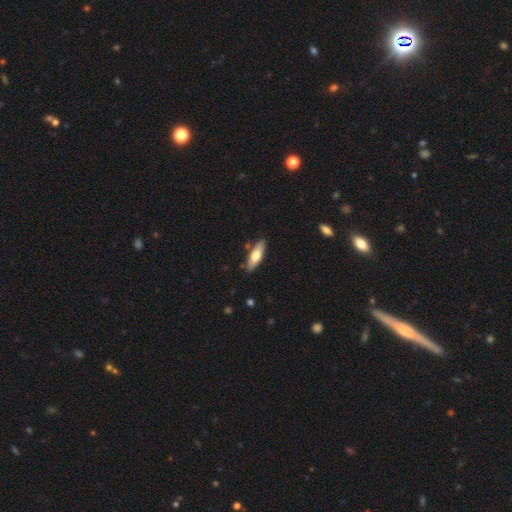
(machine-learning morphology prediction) A smooth galaxy with no disk features (62%) that is in between round and cigar-shaped (51%).

Vote fractions:
- Smooth or featured? smooth: 62% / featured or disk: 33% / star or artifact: 5%
- How rounded? in between: 51% / cigar-shaped: 47% / round: 2%
- Merging? none: 85% / minor disturbance: 10% / merger: 3% / major disturbance: 2%